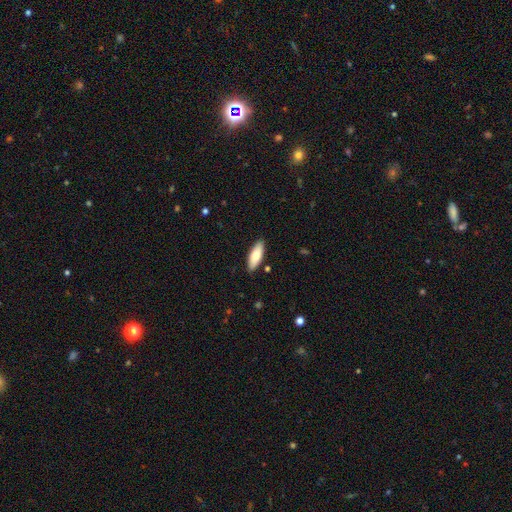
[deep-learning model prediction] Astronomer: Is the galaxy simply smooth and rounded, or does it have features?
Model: smooth — 73%.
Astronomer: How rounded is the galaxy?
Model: in between — 68%.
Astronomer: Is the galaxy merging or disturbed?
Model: none — 89%.